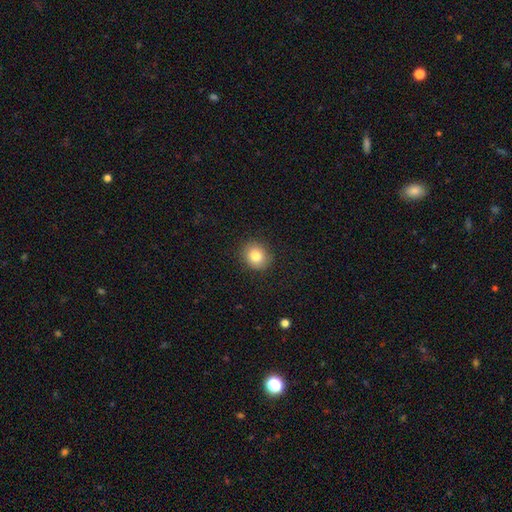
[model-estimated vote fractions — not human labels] A smooth galaxy with no disk features (81%) that is round (74%). Merging: none (88%).